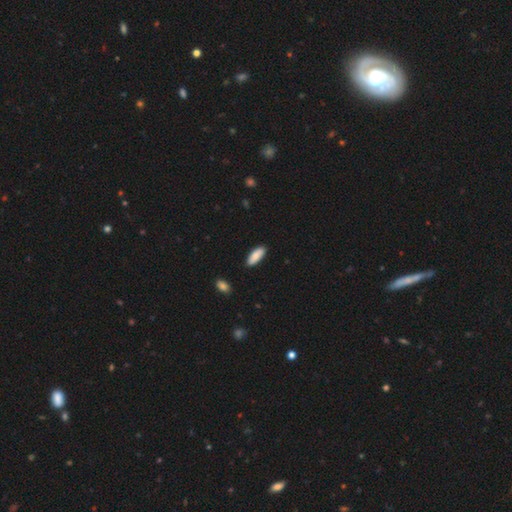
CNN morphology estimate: Smooth or featured? Predicted: smooth (p=0.87). How rounded? Predicted: in between (p=0.70). Merging? Predicted: none (p=0.87).